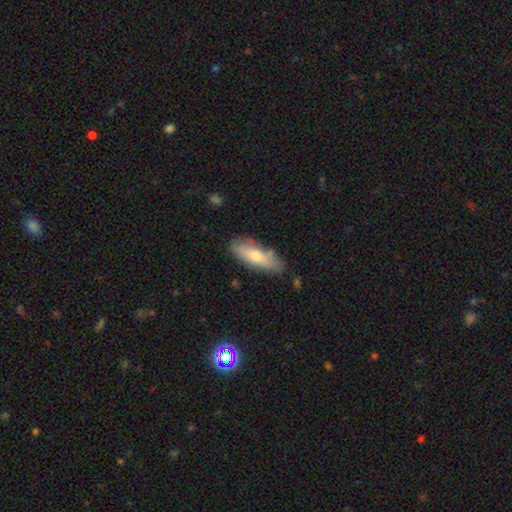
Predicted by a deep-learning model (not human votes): Smooth or featured: smooth — 68% (featured or disk — 26%)
How rounded: in between — 54% (cigar-shaped — 44%)
Merging: none — 74% (minor disturbance — 18%)